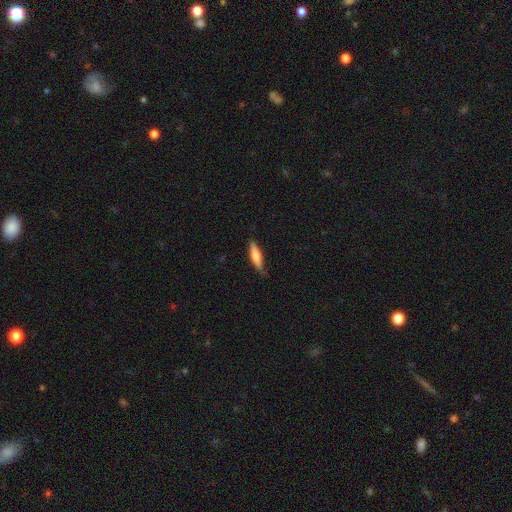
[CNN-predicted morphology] Overall: smooth (64%; featured or disk 30%). How rounded: cigar-shaped (74%). Merging: none (78%).